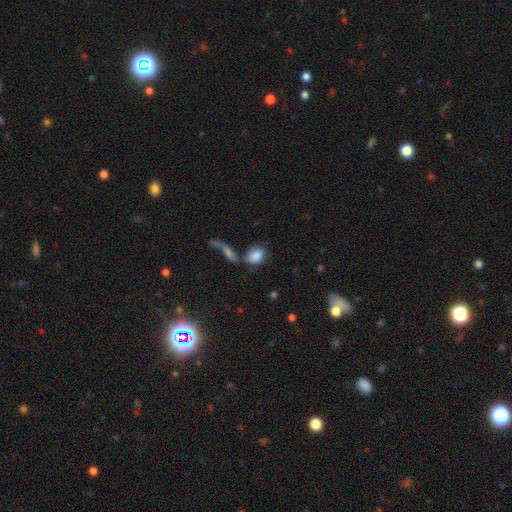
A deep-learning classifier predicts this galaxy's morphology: Overall: smooth (83%). How rounded: in between (58%; round 39%). Merging: none (48%; merger 27%).